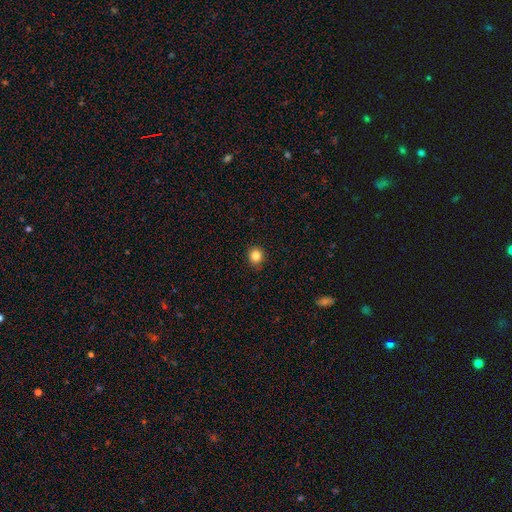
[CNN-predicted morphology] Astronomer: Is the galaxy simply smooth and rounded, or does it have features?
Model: smooth — 85%.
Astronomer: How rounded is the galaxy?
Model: round — 86%.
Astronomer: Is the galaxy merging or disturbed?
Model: none — 91%.